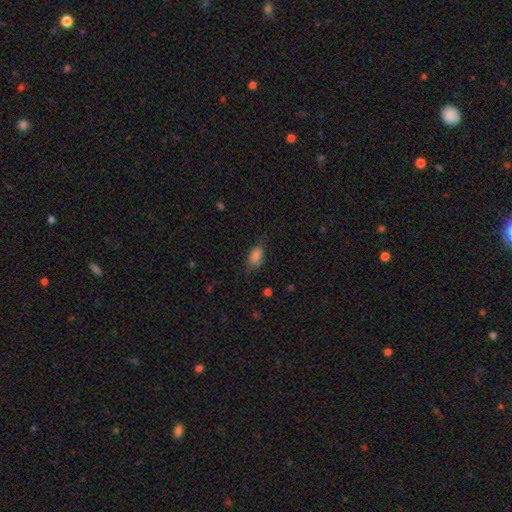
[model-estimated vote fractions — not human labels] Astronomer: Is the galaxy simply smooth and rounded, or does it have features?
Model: smooth — 82%.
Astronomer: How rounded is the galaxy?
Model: in between — 89%.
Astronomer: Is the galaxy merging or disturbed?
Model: none — 64%.